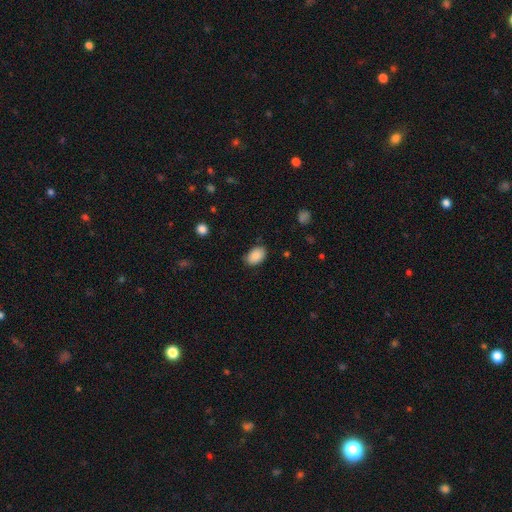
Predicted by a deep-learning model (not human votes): A smooth galaxy with no disk features (89%) that is in between round and cigar-shaped (86%).

Vote fractions:
- Smooth or featured? smooth: 89% / star or artifact: 7% / featured or disk: 4%
- How rounded? in between: 86% / round: 13% / cigar-shaped: 1%
- Merging? none: 81% / minor disturbance: 15% / major disturbance: 3% / merger: 1%